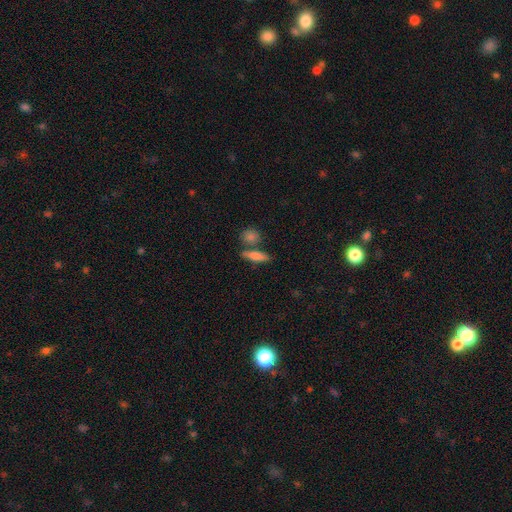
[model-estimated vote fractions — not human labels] smooth-or-featured: smooth: 70% | featured or disk: 22% | star or artifact: 8%
  how-rounded: cigar-shaped: 58% | in between: 35% | round: 6%
  merging: none: 67% | merger: 18% | minor disturbance: 11% | major disturbance: 3%